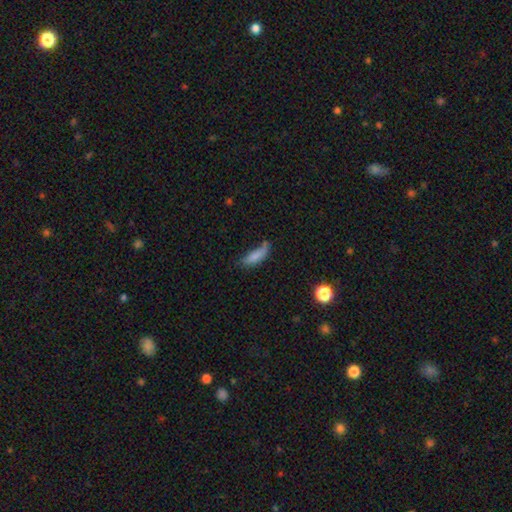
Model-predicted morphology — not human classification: type=smooth (79%); roundness=in between (51%); merging=none (44%).